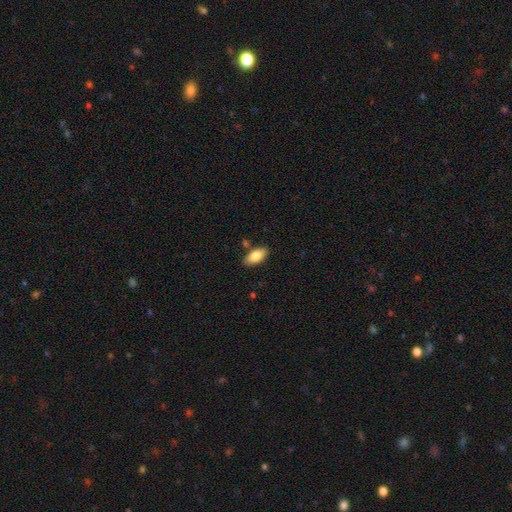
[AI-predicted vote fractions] The model was most divided on "smooth or featured": smooth: 80%, featured or disk: 13%, star or artifact: 6%. More confident: how rounded — in between (89%); merging — none (82%).